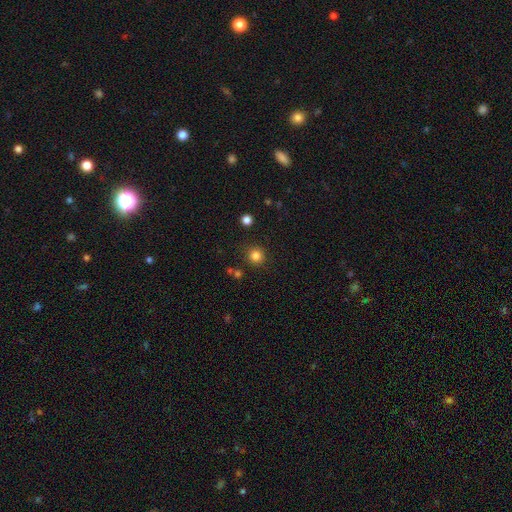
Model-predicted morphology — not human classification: Smooth or featured? Predicted: smooth (p=0.83). How rounded? Predicted: round (p=0.94). Merging? Predicted: none (p=0.88).